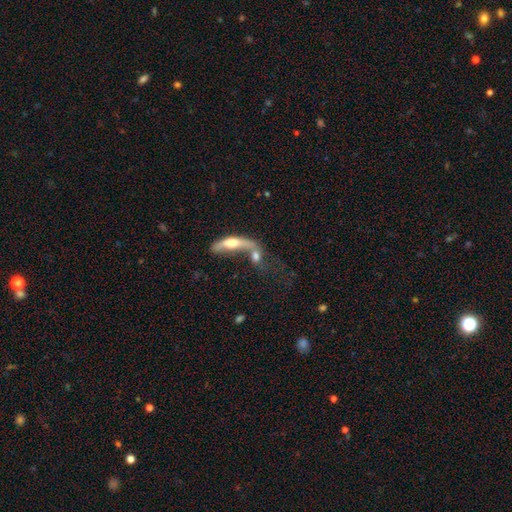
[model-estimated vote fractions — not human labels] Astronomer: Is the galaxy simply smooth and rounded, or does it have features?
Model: smooth — 55% (runner-up: featured or disk, 36%).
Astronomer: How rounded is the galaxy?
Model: in between — 49% (runner-up: cigar-shaped, 35%).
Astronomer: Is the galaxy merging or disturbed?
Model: merger — 60%.